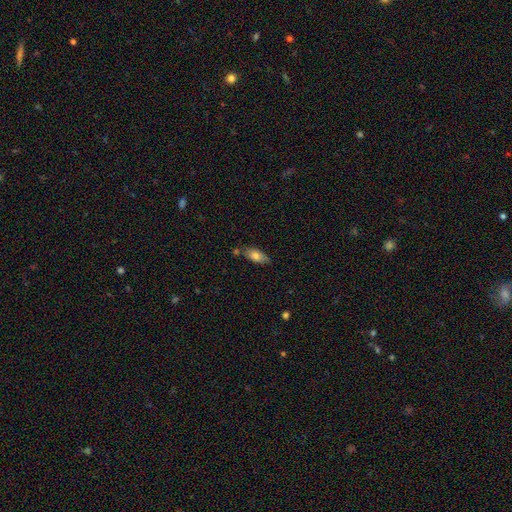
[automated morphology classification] The model was most divided on "merging": none: 68%, minor disturbance: 20%, merger: 8%, major disturbance: 4%. More confident: how rounded — in between (83%); smooth or featured — smooth (76%).